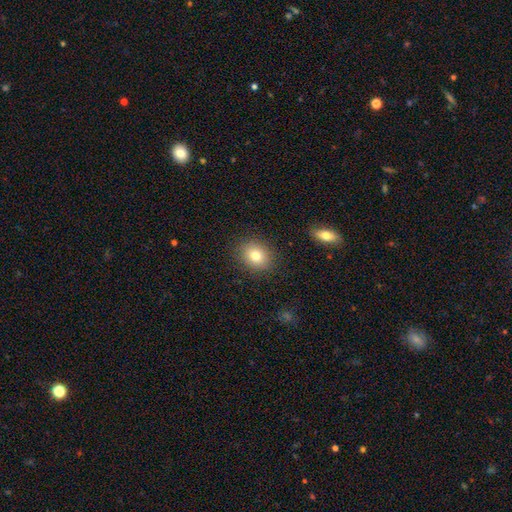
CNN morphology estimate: A smooth galaxy with no disk features (79%) that is round (55%). Merging: none (87%).